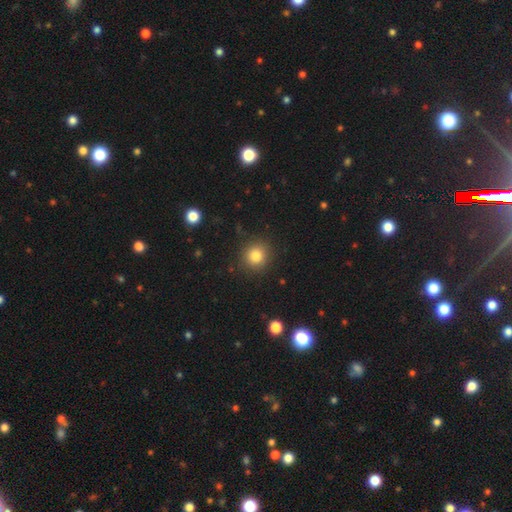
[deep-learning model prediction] Smooth or featured? Predicted: smooth (p=0.83). How rounded? Predicted: round (p=0.89). Merging? Predicted: none (p=0.88).